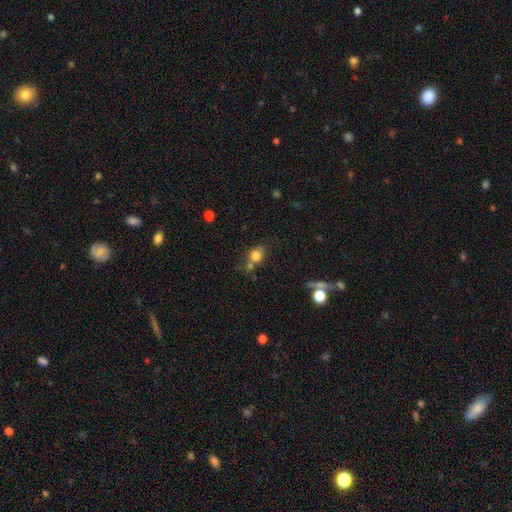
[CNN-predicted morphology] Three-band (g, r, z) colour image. It shows a smooth galaxy with no disk features (78%) that is round (64%). Merging: none (55%).